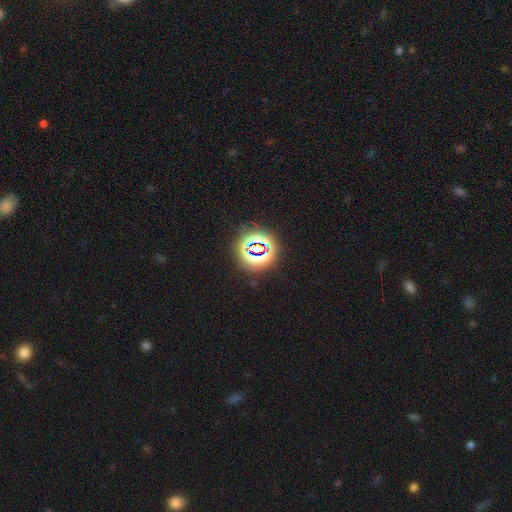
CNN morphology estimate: A star or artifact, not a galaxy (79%).